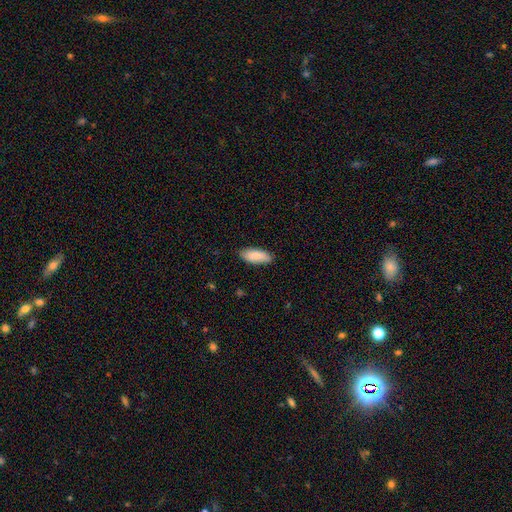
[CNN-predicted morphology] Q: Smooth or featured?
A: smooth (85%); runner-up: featured or disk (9%)
Q: How rounded?
A: in between (82%); runner-up: cigar-shaped (16%)
Q: Merging?
A: none (84%); runner-up: minor disturbance (13%)